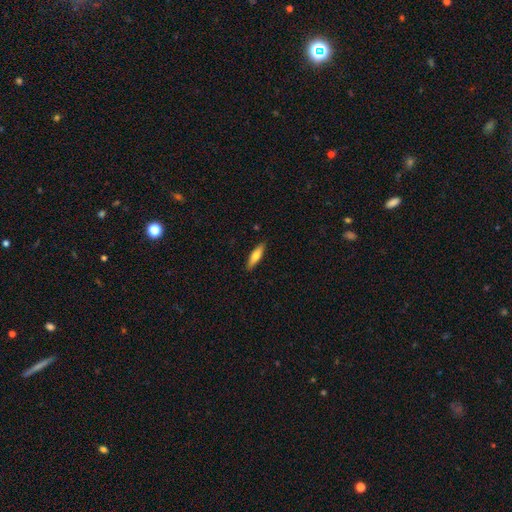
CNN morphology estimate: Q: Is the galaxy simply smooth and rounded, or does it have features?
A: smooth — 64%.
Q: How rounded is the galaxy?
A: cigar-shaped — 66%.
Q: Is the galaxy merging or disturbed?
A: none — 89%.